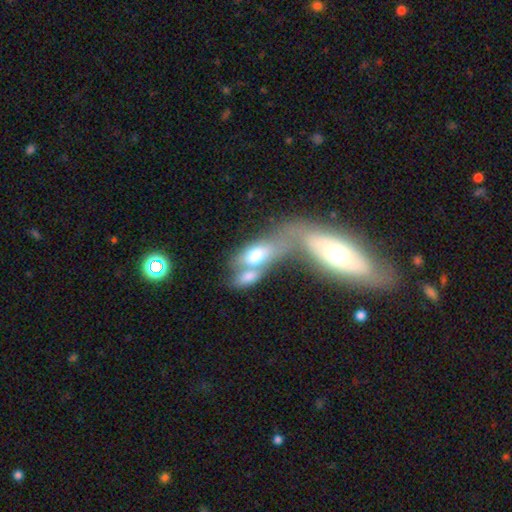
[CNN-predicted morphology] This is possibly a smooth galaxy (59%). How rounded: likely in between (77%). Merging: likely merger (67%).